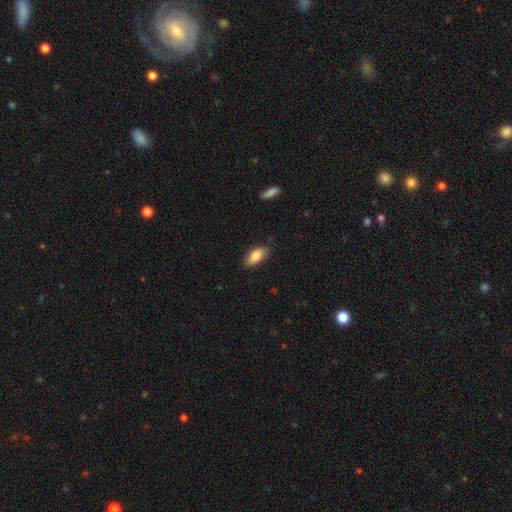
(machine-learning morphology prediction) Q: Smooth or featured?
A: smooth (85%); runner-up: featured or disk (8%)
Q: How rounded?
A: in between (89%); runner-up: cigar-shaped (8%)
Q: Merging?
A: none (82%); runner-up: minor disturbance (14%)